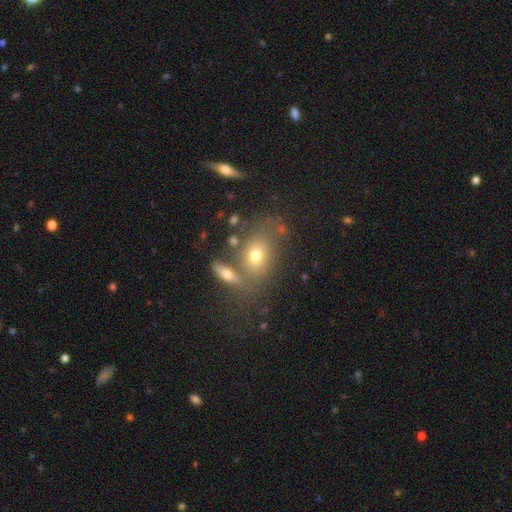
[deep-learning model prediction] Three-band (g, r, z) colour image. It shows a smooth galaxy with no disk features (66%) that is in between round and cigar-shaped (67%). Merging: none (57%).